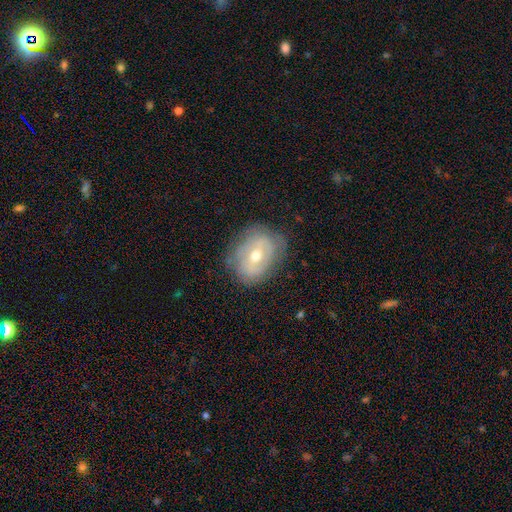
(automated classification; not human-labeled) Smooth or featured? featured or disk (57%)
Edge-on disk? no (94%)
Bar? no (47%)
Spiral arms? no (51%)
Bulge size? moderate (65%)
Merging? none (71%)